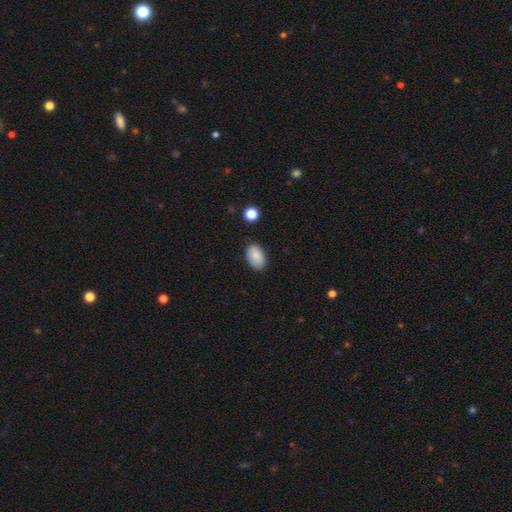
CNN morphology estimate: type=smooth (88%); roundness=in between (92%); merging=none (85%).